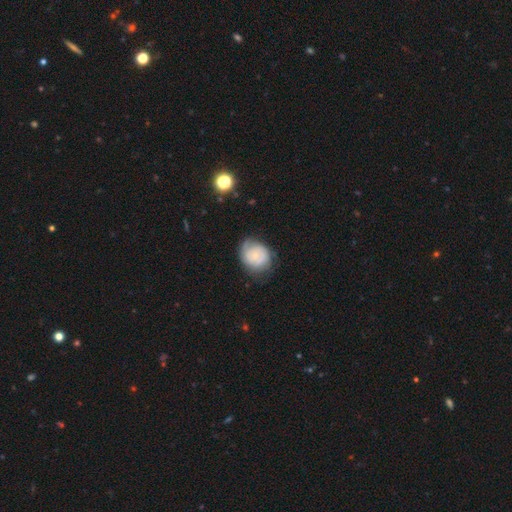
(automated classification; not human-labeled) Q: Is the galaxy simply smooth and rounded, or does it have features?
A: featured or disk — 55%.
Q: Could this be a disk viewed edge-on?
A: no — 97%.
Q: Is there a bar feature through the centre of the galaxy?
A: no — 78%.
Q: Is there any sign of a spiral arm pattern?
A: yes — 77%.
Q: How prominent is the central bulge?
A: small — 70%.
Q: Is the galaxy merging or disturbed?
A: none — 61%.